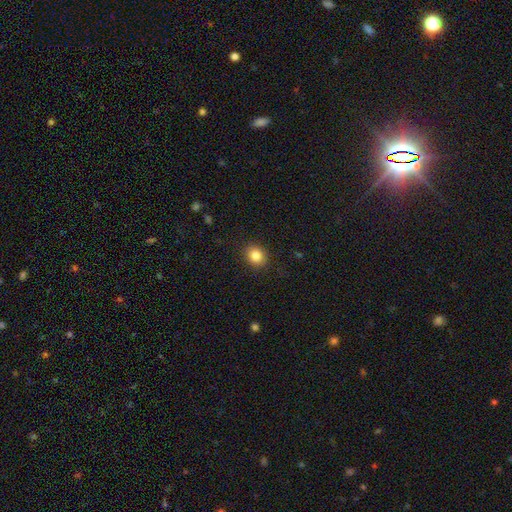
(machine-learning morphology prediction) Smooth or featured: smooth — 84% (star or artifact — 11%)
How rounded: round — 74% (in between — 25%)
Merging: none — 90% (minor disturbance — 7%)